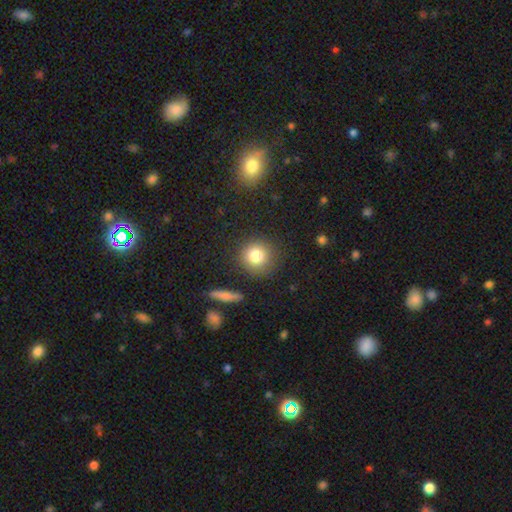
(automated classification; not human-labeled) Q: Smooth or featured?
A: smooth (81%); runner-up: star or artifact (10%)
Q: How rounded?
A: round (91%); runner-up: in between (8%)
Q: Merging?
A: none (86%); runner-up: minor disturbance (8%)